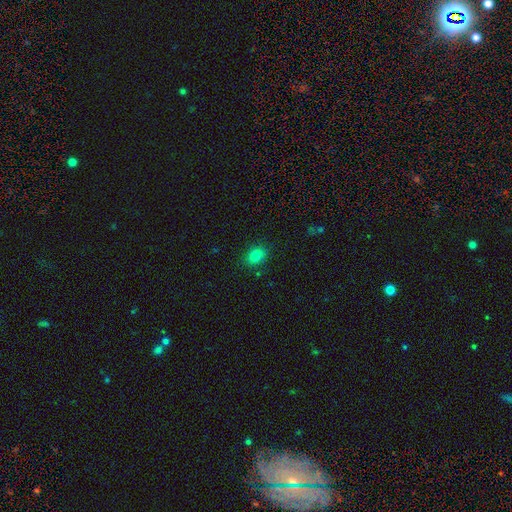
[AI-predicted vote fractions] A smooth galaxy with no disk features (83%) that is in between round and cigar-shaped (76%). Merging: none (86%).